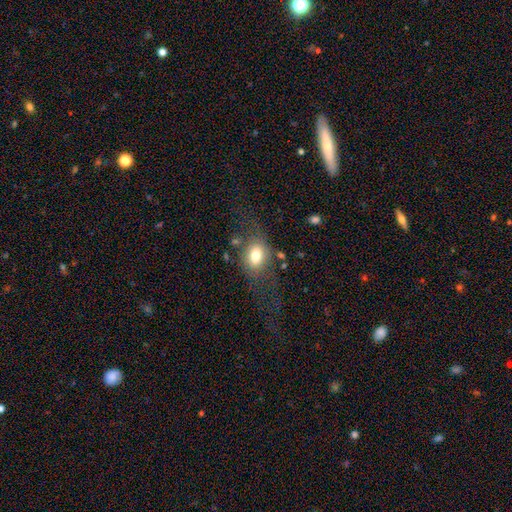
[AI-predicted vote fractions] smooth_or_featured: smooth (p=0.72) [alt: featured or disk p=0.18]
how_rounded: in between (p=0.69) [alt: round p=0.29]
merging: none (p=0.50) [alt: major disturbance p=0.27]